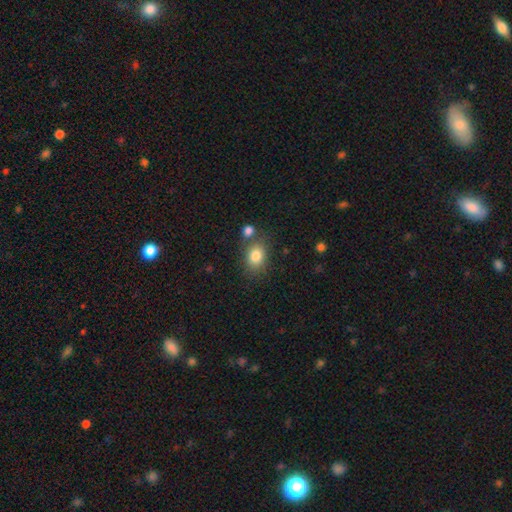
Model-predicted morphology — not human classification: Smooth or featured: smooth — 82% (star or artifact — 10%)
How rounded: in between — 64% (round — 35%)
Merging: none — 68% (merger — 15%)